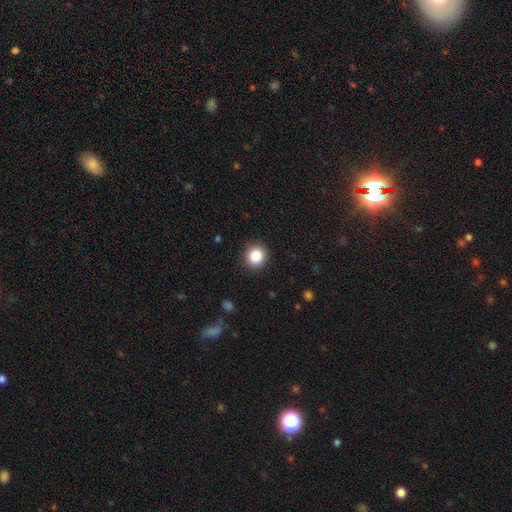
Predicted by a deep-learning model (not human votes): Smooth or featured? smooth (86%)
How rounded? round (84%)
Merging? none (89%)